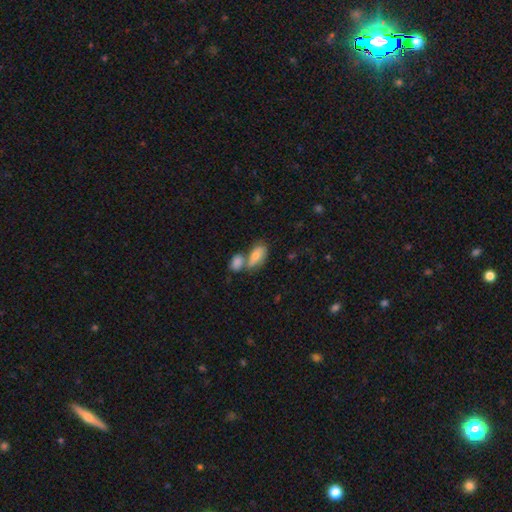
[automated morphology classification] smooth-or-featured: smooth: 74% | featured or disk: 18% | star or artifact: 8%
  how-rounded: in between: 89% | cigar-shaped: 6% | round: 5%
  merging: merger: 48% | none: 37% | minor disturbance: 11% | major disturbance: 4%